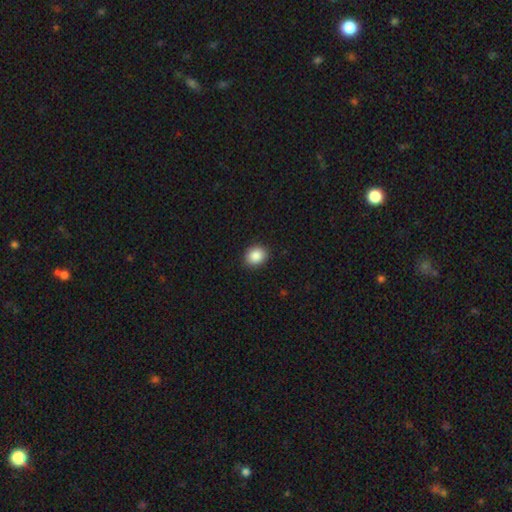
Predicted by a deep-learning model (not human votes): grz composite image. It shows a smooth galaxy with no disk features (88%) that is round (58%). Merging: none (90%).